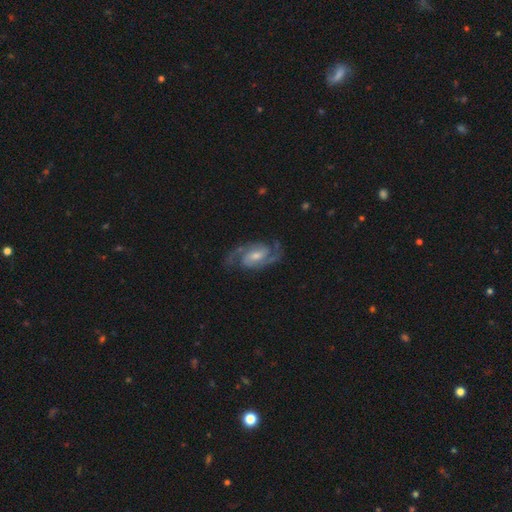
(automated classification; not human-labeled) smooth_or_featured: featured or disk (p=0.91) [alt: star or artifact p=0.05]
disk_edge_on: no (p=0.97) [alt: yes p=0.03]
bar: weak (p=0.49) [alt: no p=0.30]
has_spiral_arms: yes (p=0.98) [alt: no p=0.02]
spiral_winding: medium (p=0.58) [alt: tight p=0.29]
spiral_arm_count: 2 (p=0.92) [alt: 3 p=0.03]
bulge_size: moderate (p=0.49) [alt: small p=0.41]
merging: none (p=0.81) [alt: minor disturbance p=0.13]